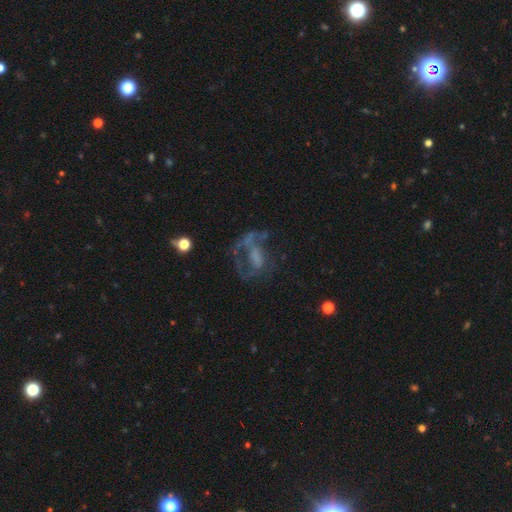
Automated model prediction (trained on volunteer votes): Smooth or featured?
  - featured or disk: 63% *
  - smooth: 20%
  - star or artifact: 18%
Edge-on disk?
  - no: 96% *
  - yes: 4%
Bar?
  - no: 63% *
  - weak: 26%
  - strong: 11%
Spiral arms?
  - no: 56% *
  - yes: 44%
Bulge size?
  - none: 55% *
  - small: 19%
  - moderate: 18%
  - large: 7%
  - dominant: 2%
Merging?
  - major disturbance: 44% *
  - none: 34%
  - minor disturbance: 15%
  - merger: 6%